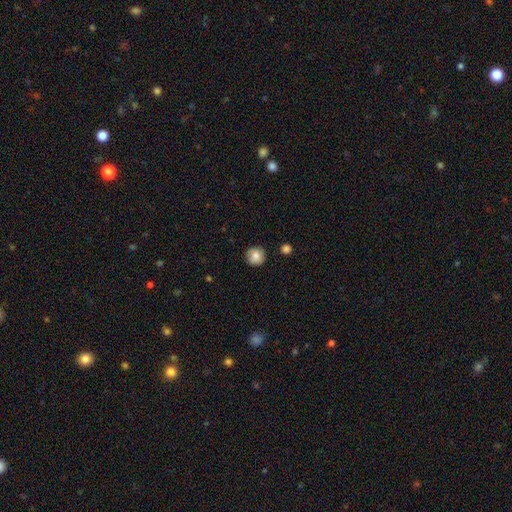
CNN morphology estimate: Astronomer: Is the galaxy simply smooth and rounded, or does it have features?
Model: smooth — 81%.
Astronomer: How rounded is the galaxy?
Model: round — 92%.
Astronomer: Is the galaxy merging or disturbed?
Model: none — 86%.